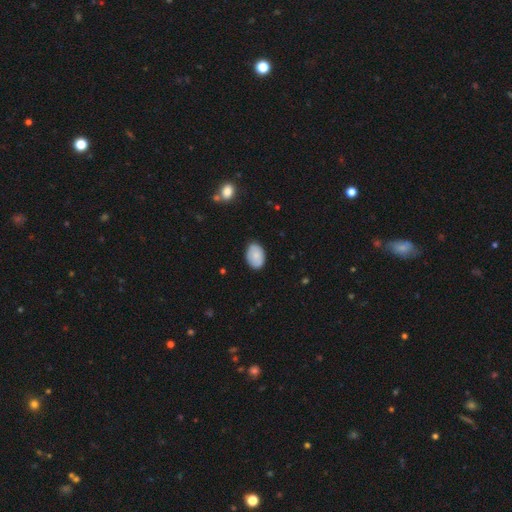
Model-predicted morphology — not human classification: A smooth galaxy with no disk features (82%) that is in between round and cigar-shaped (89%). Merging: none (84%).